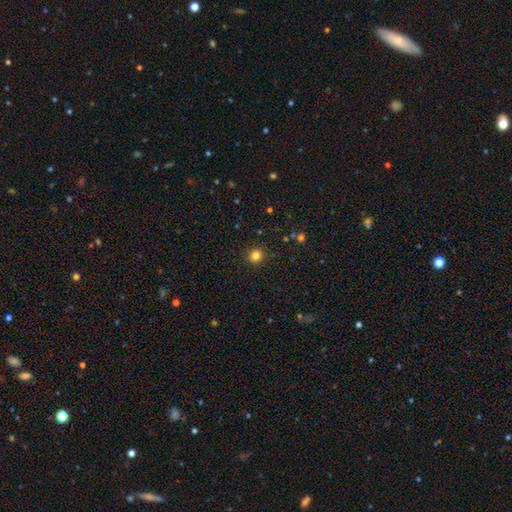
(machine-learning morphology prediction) Overall: smooth (82%). How rounded: round (92%). Merging: none (91%).